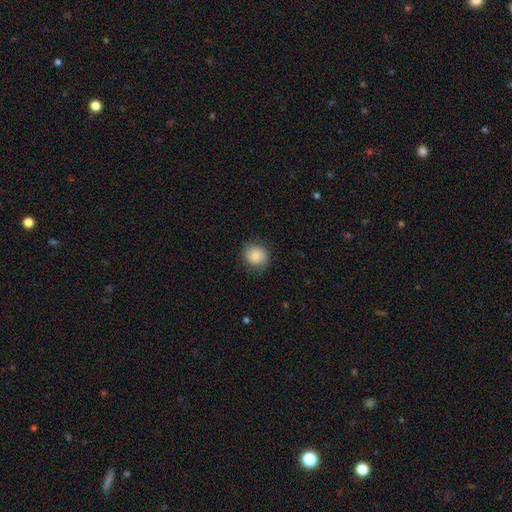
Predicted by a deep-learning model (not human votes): smooth 83%, featured or disk 9%, star or artifact 8%. Down the decision tree: how rounded — round (84%); merging — none (79%).